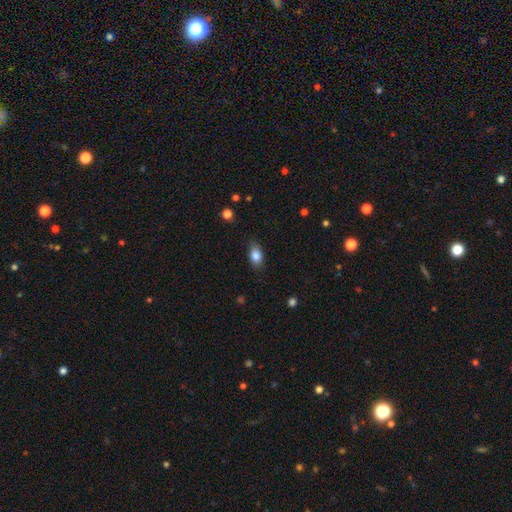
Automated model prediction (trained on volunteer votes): Smooth or featured?
  - smooth: 84% *
  - star or artifact: 8%
  - featured or disk: 8%
How rounded?
  - in between: 85% *
  - round: 12%
  - cigar-shaped: 3%
Merging?
  - none: 80% *
  - minor disturbance: 16%
  - major disturbance: 3%
  - merger: 1%